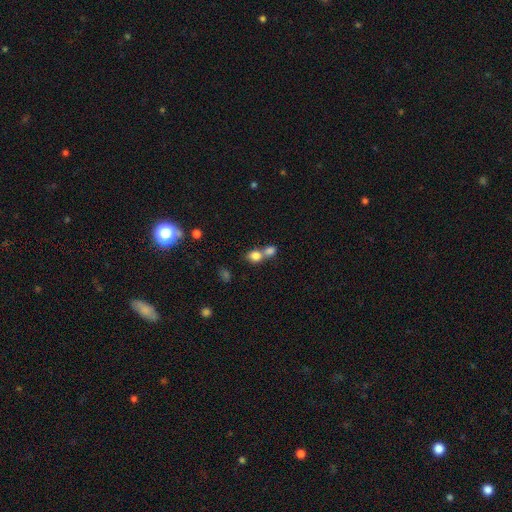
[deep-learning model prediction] A smooth galaxy with no disk features (80%) that is round (66%). Merging: merger (59%).